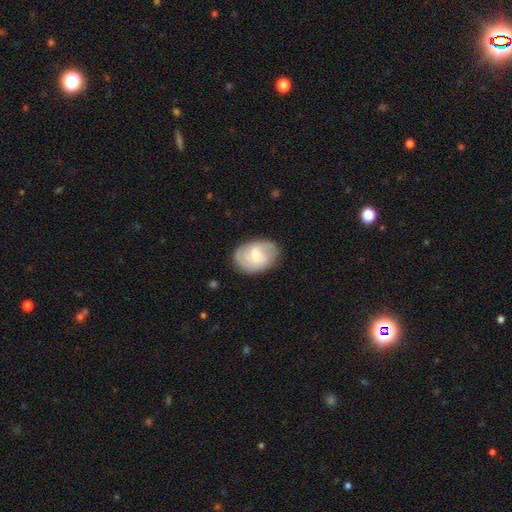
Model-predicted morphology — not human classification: This is possibly a featured or disk galaxy (51%). It is clearly not viewed edge-on (96%). Merging: likely none (78%).